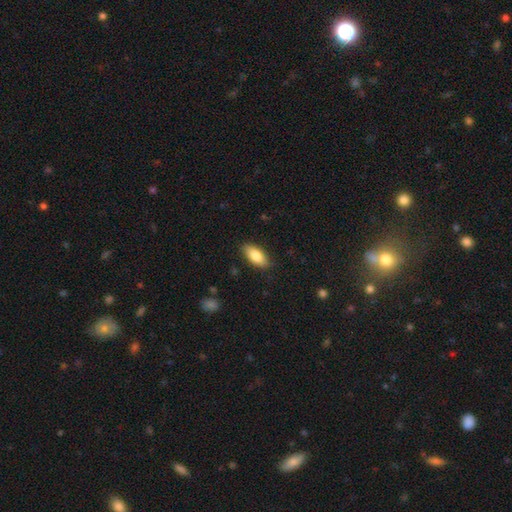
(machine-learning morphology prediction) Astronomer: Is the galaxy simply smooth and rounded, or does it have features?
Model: smooth — 84%.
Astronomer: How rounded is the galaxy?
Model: in between — 85%.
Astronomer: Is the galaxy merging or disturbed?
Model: none — 86%.